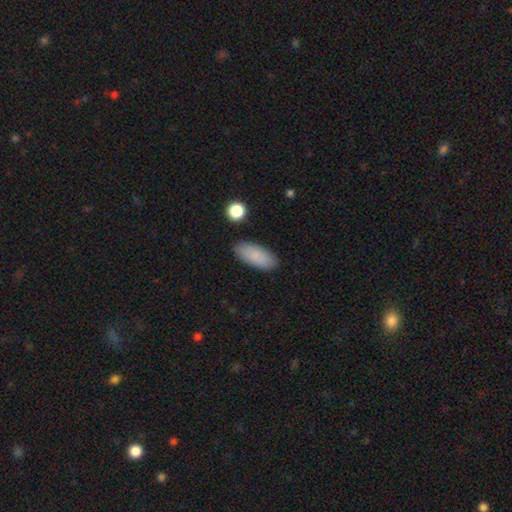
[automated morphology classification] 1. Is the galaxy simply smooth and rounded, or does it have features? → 86% smooth, 7% featured or disk, 7% star or artifact.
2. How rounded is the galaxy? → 85% in between, 13% cigar-shaped, 2% round.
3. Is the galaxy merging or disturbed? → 88% none, 9% minor disturbance, 2% major disturbance, 2% merger.